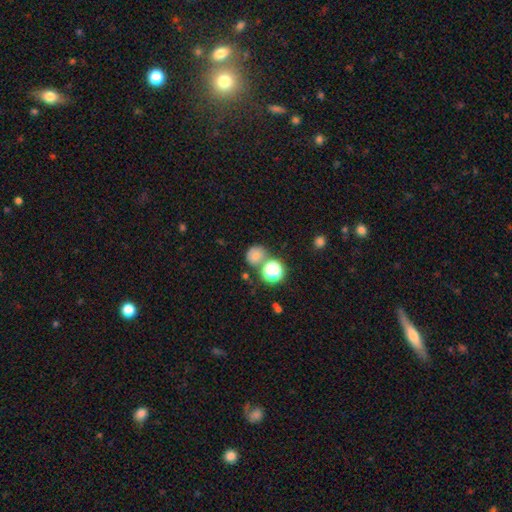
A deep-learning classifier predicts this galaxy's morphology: This is likely a smooth galaxy (70%). How rounded: likely round (77%). Merging: likely none (63%).